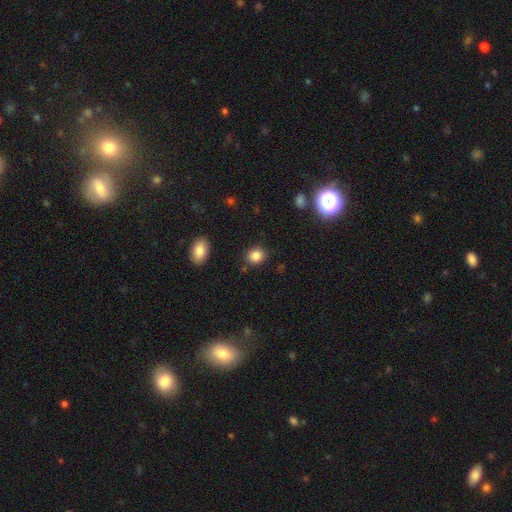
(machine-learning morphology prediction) Smooth or featured? smooth (86%)
How rounded? round (69%)
Merging? none (86%)